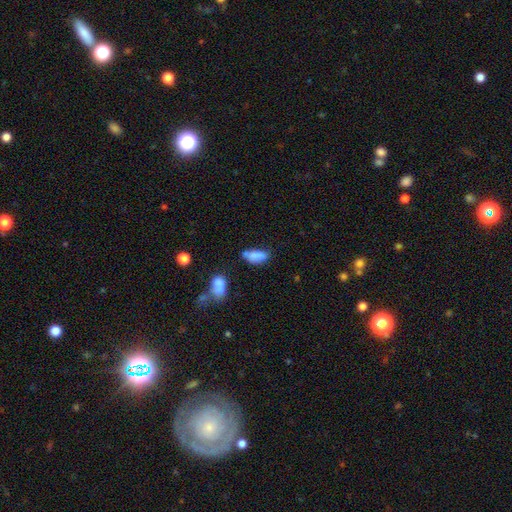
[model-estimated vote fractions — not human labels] Overall: smooth (79%). How rounded: in between (82%). Merging: none (46%; minor disturbance 27%).